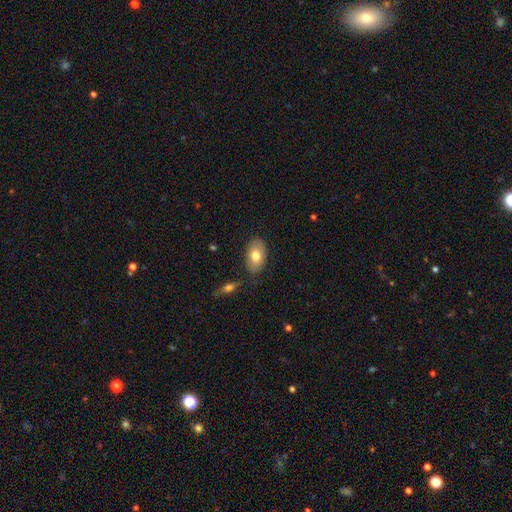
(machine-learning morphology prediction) Smooth or featured? Predicted: smooth (p=0.74). How rounded? Predicted: in between (p=0.93). Merging? Predicted: none (p=0.81).